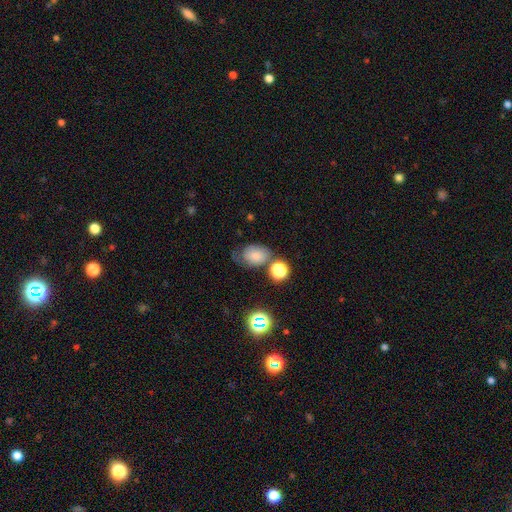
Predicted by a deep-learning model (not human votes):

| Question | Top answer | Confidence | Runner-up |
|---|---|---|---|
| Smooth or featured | smooth | 64% | featured or disk (21%) |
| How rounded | in between | 67% | round (32%) |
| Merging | none | 44% | minor disturbance (29%) |